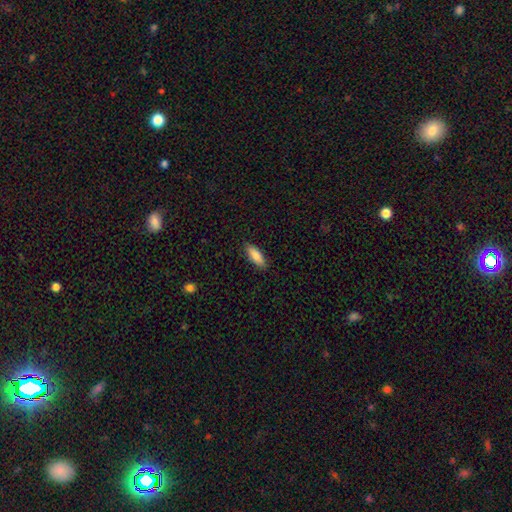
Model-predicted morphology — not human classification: The model was most divided on "how rounded": in between: 65%, cigar-shaped: 33%, round: 2%. More confident: merging — none (88%); smooth or featured — smooth (85%).